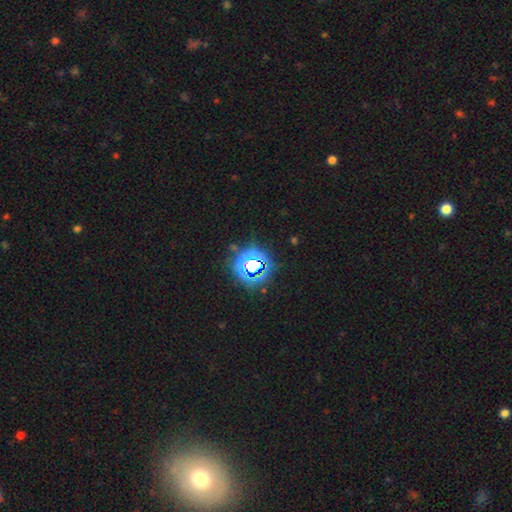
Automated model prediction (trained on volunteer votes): Smooth or featured? star or artifact (78%)